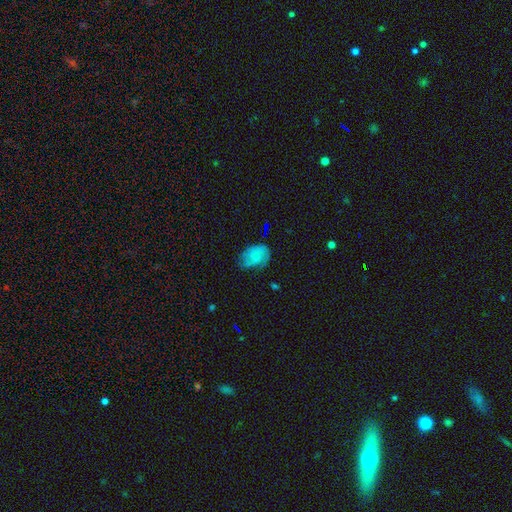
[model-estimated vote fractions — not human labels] Morphology: type=smooth (58%); roundness=in between (76%); merging=none (53%).